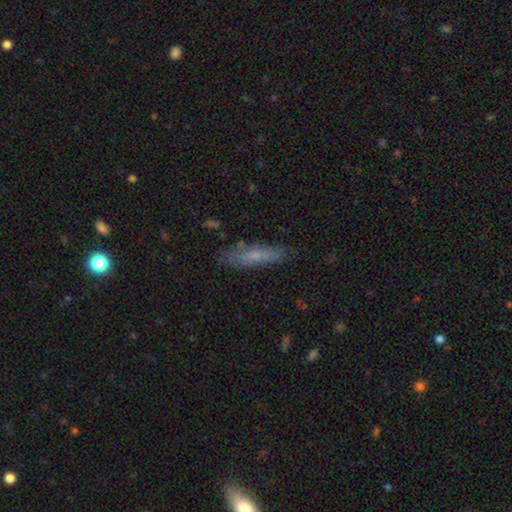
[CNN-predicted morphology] Smooth or featured? smooth (64%)
How rounded? cigar-shaped (76%)
Merging? none (79%)